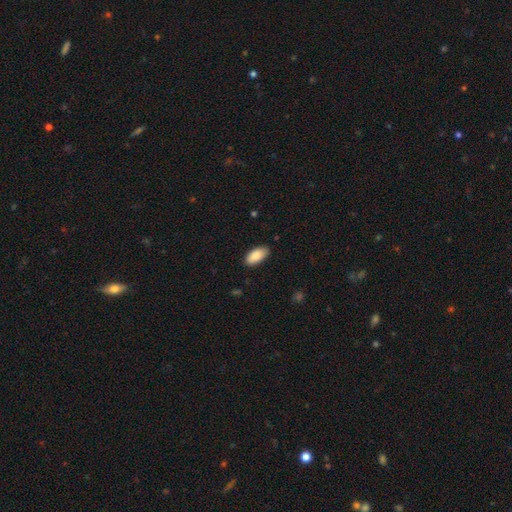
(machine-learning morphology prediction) smooth 89%, star or artifact 6%, featured or disk 5%. Down the decision tree: how rounded — in between (93%); merging — none (85%).